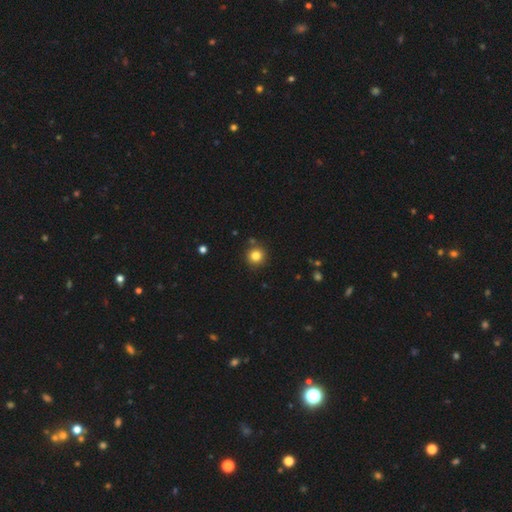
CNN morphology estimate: A smooth galaxy with no disk features (82%) that is round (94%).

Vote fractions:
- Smooth or featured? smooth: 82% / star or artifact: 12% / featured or disk: 6%
- How rounded? round: 94% / in between: 5% / cigar-shaped: 1%
- Merging? none: 86% / minor disturbance: 8% / merger: 5% / major disturbance: 2%